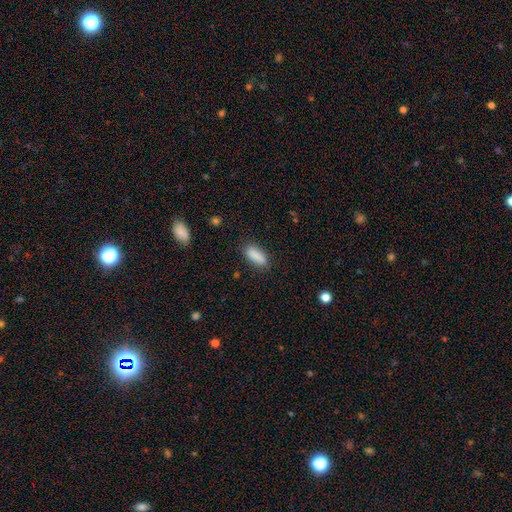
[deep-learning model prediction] smooth 88%, star or artifact 7%, featured or disk 5%. Down the decision tree: how rounded — in between (74%); merging — none (84%).